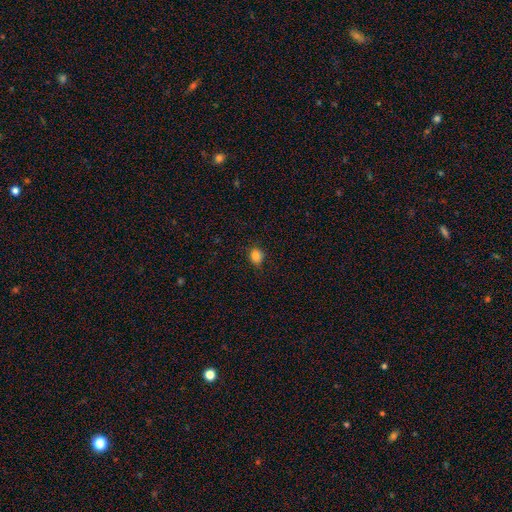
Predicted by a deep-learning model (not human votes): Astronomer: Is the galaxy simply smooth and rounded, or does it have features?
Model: smooth — 84%.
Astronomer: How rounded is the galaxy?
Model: round — 66%.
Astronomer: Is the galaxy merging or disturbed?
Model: none — 81%.